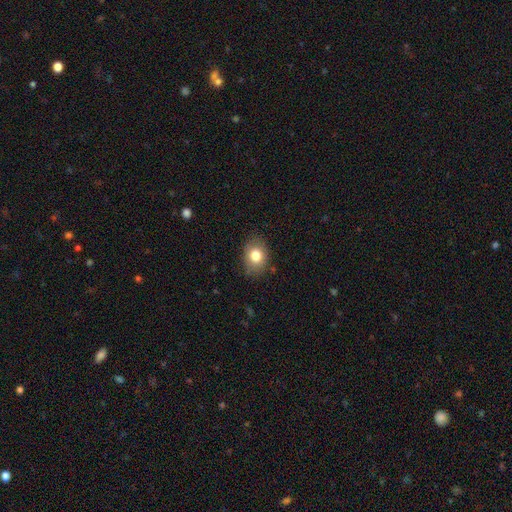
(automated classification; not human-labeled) smooth 80%, featured or disk 11%, star or artifact 9%. Down the decision tree: how rounded — in between (59%); merging — none (80%).